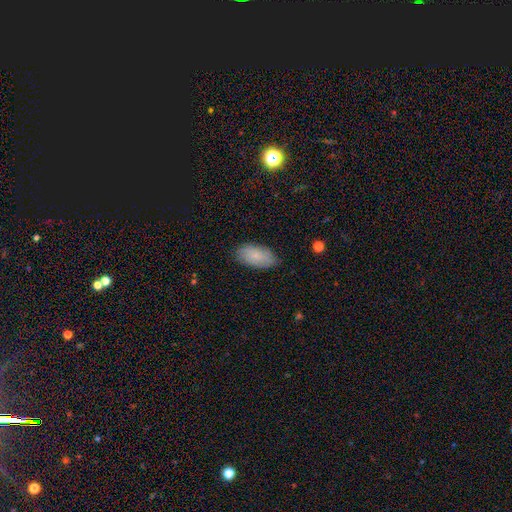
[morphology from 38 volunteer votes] Overall: smooth (82%). How rounded: in between (87%). Merging: none (78%).